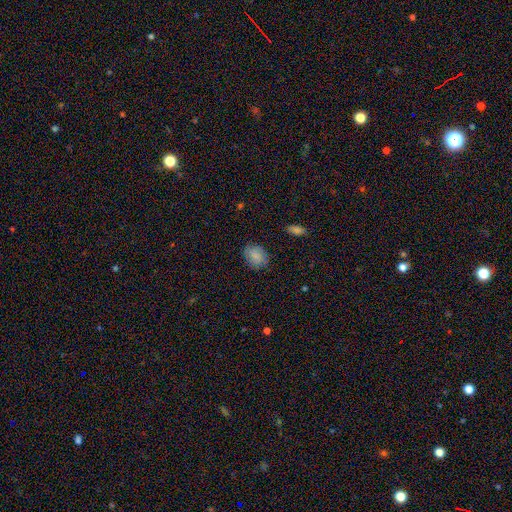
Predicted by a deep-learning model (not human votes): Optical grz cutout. It shows a smooth galaxy with no disk features (82%) that is in between round and cigar-shaped (55%). Merging: none (78%).